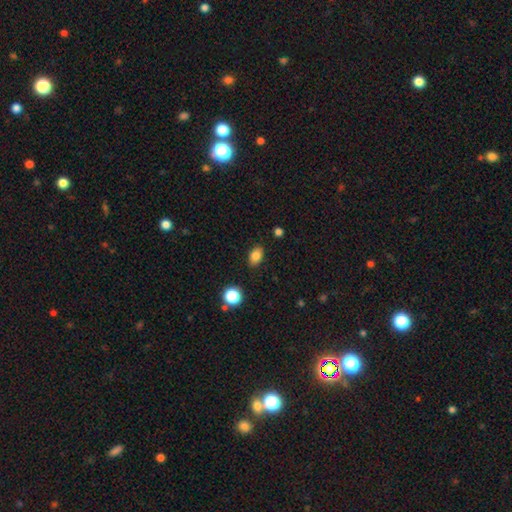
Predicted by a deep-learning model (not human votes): The model was most divided on "how rounded": in between: 81%, round: 18%, cigar-shaped: 1%. More confident: merging — none (87%); smooth or featured — smooth (83%).